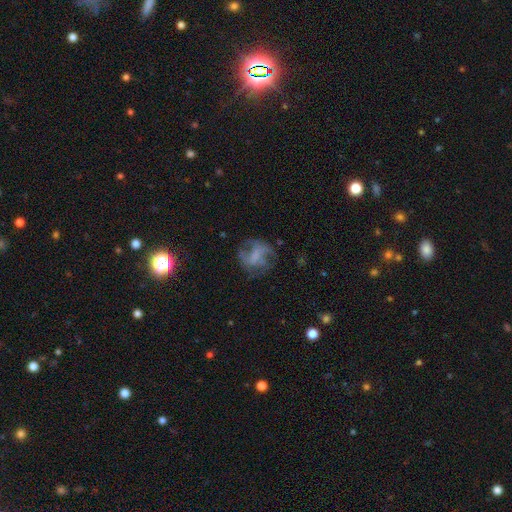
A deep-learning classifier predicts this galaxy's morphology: A featured or disk galaxy (53%) with no bar (52%), spiral arms (60%) and no central bulge (59%). Merging: none (55%).